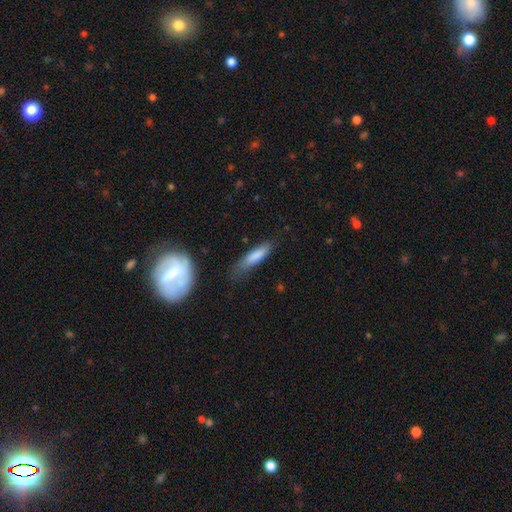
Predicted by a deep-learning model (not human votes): smooth 81%, featured or disk 13%, star or artifact 7%. Down the decision tree: how rounded — cigar-shaped (68%); merging — none (66%).